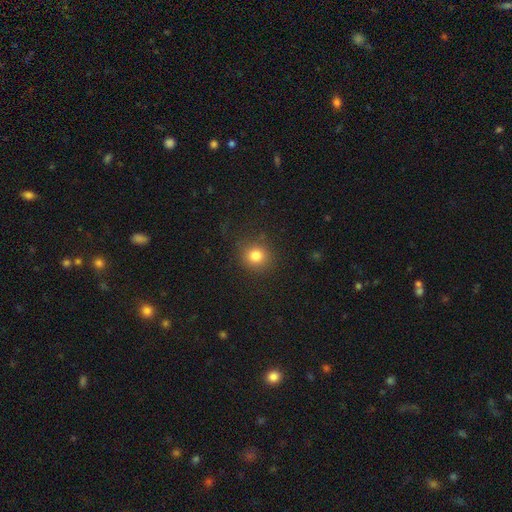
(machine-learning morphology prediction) This is clearly a smooth galaxy (82%). How rounded: clearly round (88%). Merging: clearly none (85%).